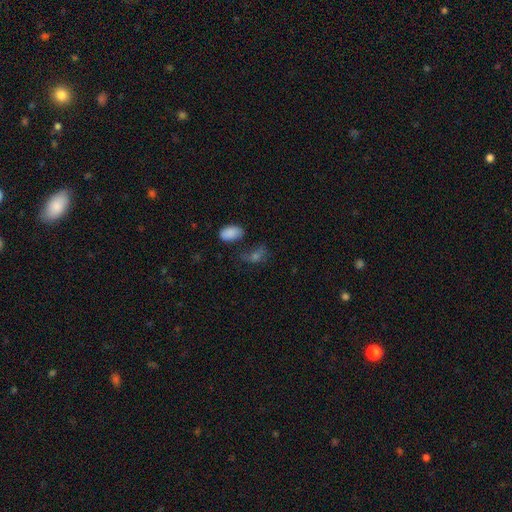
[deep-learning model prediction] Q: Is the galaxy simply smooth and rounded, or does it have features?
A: smooth — 49%.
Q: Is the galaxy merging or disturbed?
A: none — 50%.